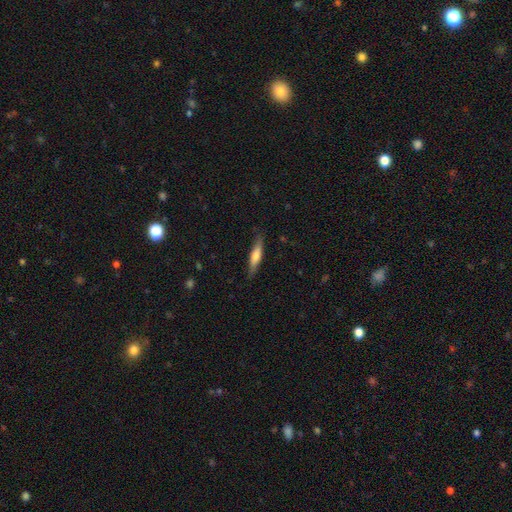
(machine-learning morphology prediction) A smooth galaxy with no disk features (57%) that is cigar-shaped (83%). Merging: none (84%).